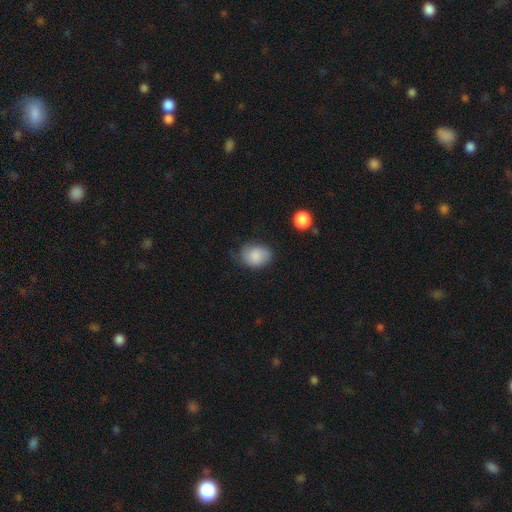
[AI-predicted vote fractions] Smooth or featured: smooth — 83% (featured or disk — 10%)
How rounded: in between — 61% (round — 38%)
Merging: none — 61% (minor disturbance — 29%)